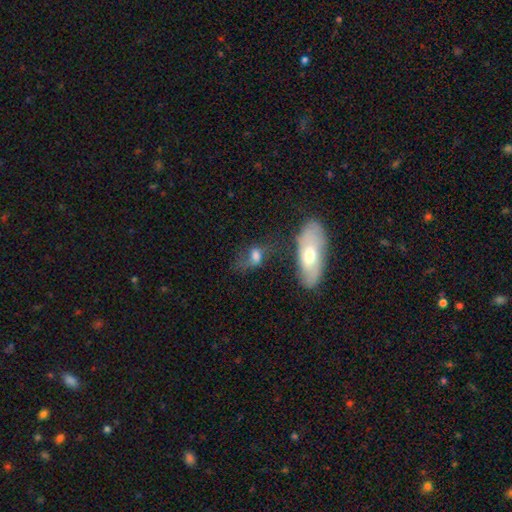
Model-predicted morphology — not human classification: Smooth or featured? smooth (58%)
How rounded? in between (74%)
Merging? none (36%)